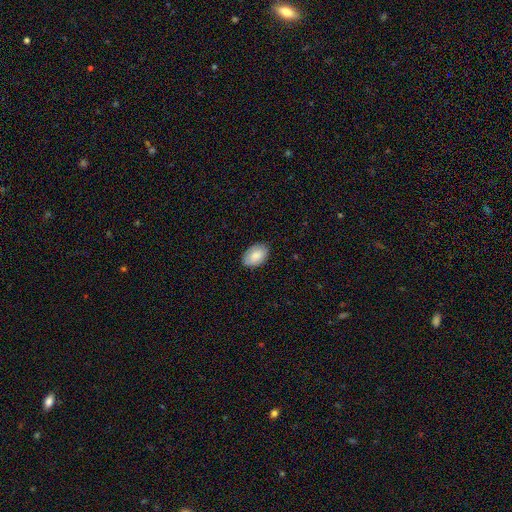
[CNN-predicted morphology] The model was most divided on "merging": none: 83%, minor disturbance: 14%, major disturbance: 2%, merger: 1%. More confident: how rounded — in between (91%); smooth or featured — smooth (83%).